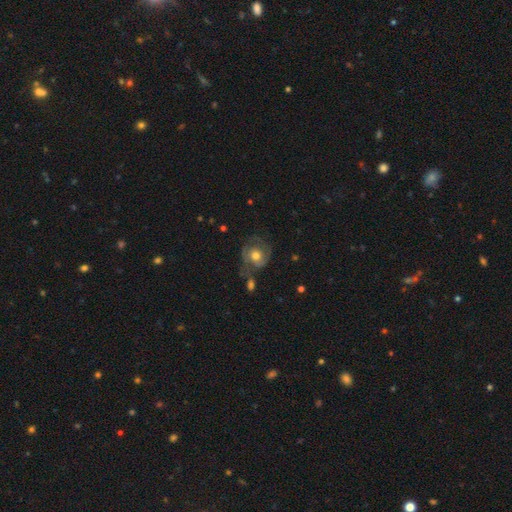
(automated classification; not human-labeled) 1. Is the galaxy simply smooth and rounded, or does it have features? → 68% featured or disk, 24% smooth, 8% star or artifact.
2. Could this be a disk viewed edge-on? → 97% no, 3% yes.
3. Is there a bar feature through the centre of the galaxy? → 76% no, 20% weak, 4% strong.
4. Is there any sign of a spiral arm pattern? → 81% yes, 19% no.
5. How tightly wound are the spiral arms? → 49% tight, 38% medium, 13% loose.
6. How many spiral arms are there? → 63% 2, 20% can't tell, 7% 1, 6% 3, 2% 4, 2% more than 4.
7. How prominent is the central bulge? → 73% moderate, 13% small, 12% large, 1% none, 1% dominant.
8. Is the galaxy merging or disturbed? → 57% none, 20% minor disturbance, 14% major disturbance, 9% merger.